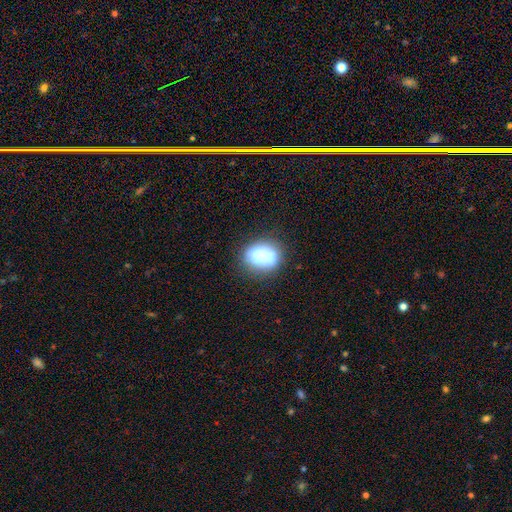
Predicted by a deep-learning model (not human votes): smooth_or_featured: smooth (p=0.72) [alt: featured or disk p=0.17]
how_rounded: in between (p=0.60) [alt: round p=0.39]
merging: none (p=0.56) [alt: minor disturbance p=0.23]